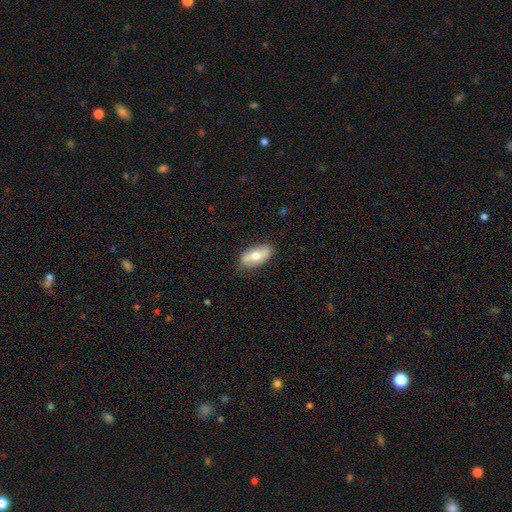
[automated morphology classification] A smooth galaxy with no disk features (62%) that is in between round and cigar-shaped (86%). Merging: none (83%).